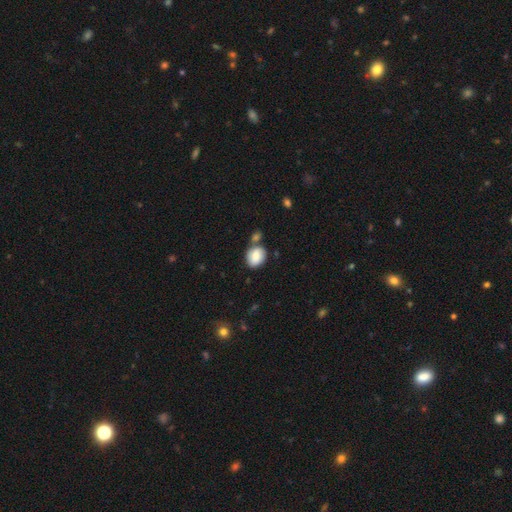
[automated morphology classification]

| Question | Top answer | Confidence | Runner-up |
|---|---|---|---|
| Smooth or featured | smooth | 79% | featured or disk (14%) |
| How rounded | in between | 55% | round (44%) |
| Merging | none | 57% | merger (23%) |